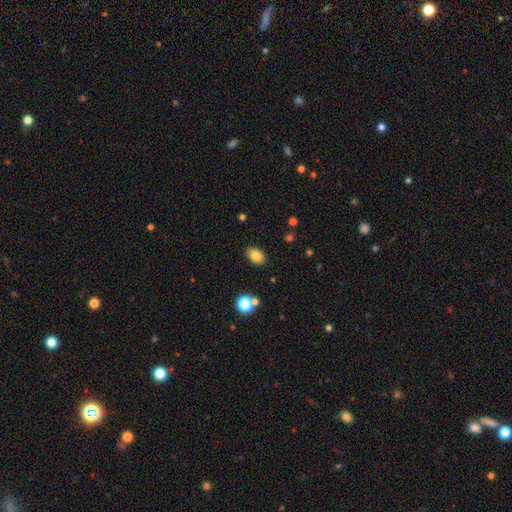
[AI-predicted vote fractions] This appears to be a smooth galaxy with no disk features (82%) that is in between round and cigar-shaped (82%). Merging: none (87%).